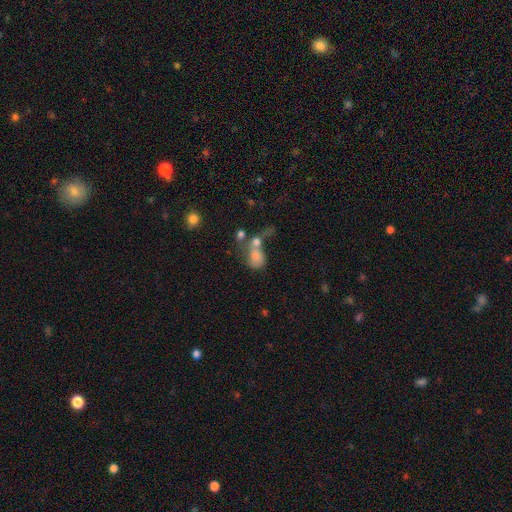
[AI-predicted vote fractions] Smooth or featured? smooth (69%)
How rounded? in between (59%)
Merging? merger (60%)